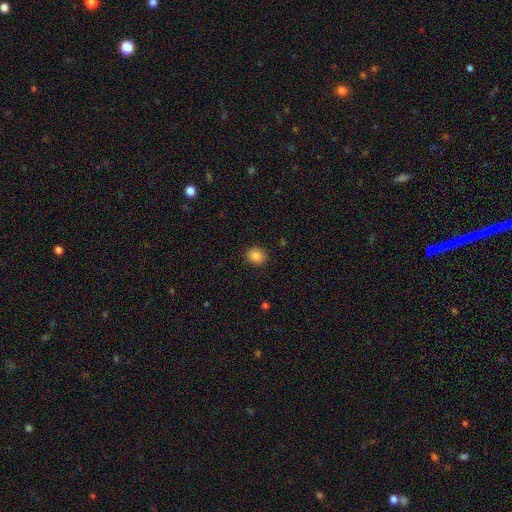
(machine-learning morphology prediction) This appears to be a smooth galaxy with no disk features (86%) that is round (68%). Merging: none (90%).